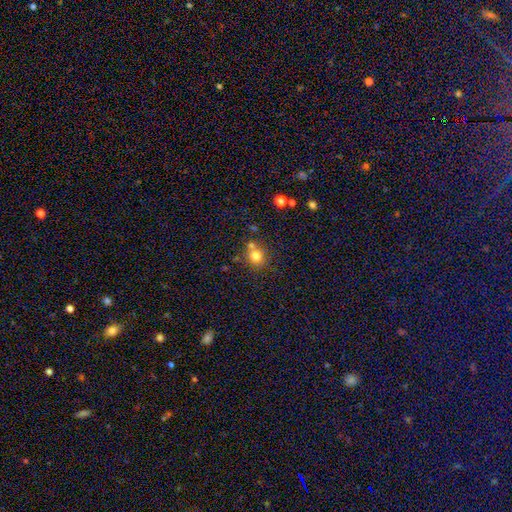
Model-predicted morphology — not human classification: smooth-or-featured: smooth: 77% | star or artifact: 14% | featured or disk: 9%
  how-rounded: round: 84% | in between: 15% | cigar-shaped: 1%
  merging: none: 60% | merger: 26% | minor disturbance: 11% | major disturbance: 4%